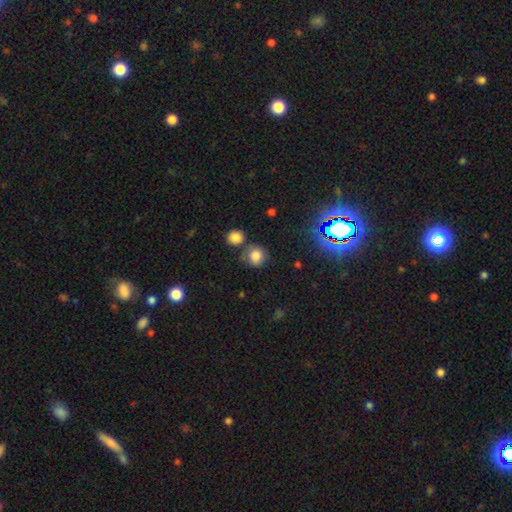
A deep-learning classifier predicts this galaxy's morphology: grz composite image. It shows a smooth galaxy with no disk features (76%) that is round (84%). Merging: none (60%).